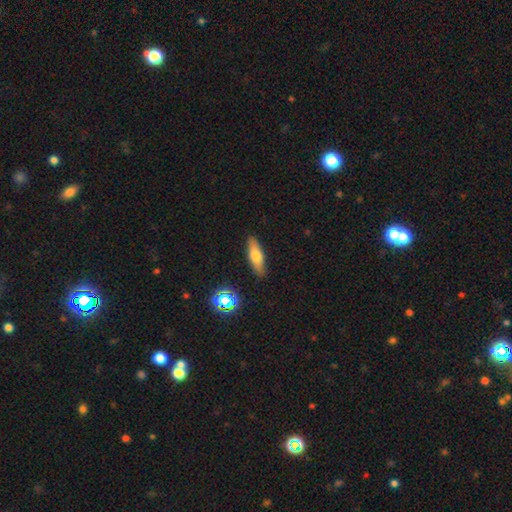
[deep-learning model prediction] smooth-or-featured: smooth: 62% | featured or disk: 29% | star or artifact: 9%
  how-rounded: in between: 49% | cigar-shaped: 48% | round: 3%
  merging: none: 87% | minor disturbance: 9% | major disturbance: 2% | merger: 2%